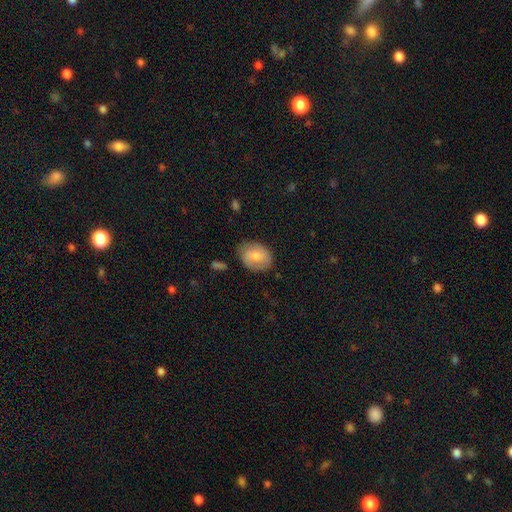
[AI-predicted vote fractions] This is likely a smooth galaxy (63%). How rounded: likely in between (61%). Merging: likely none (75%).